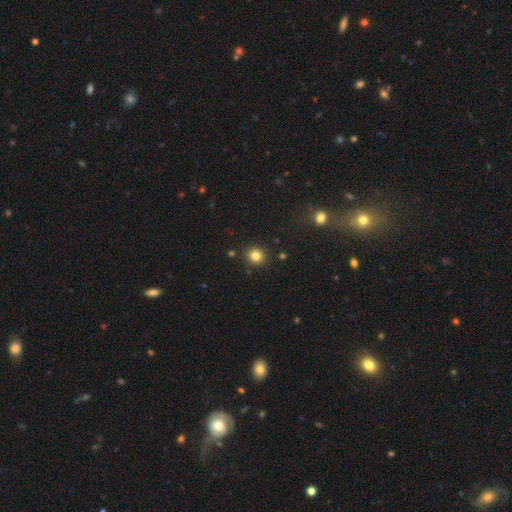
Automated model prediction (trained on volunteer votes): smooth 83%, star or artifact 13%, featured or disk 5%. Down the decision tree: how rounded — round (88%); merging — none (89%).